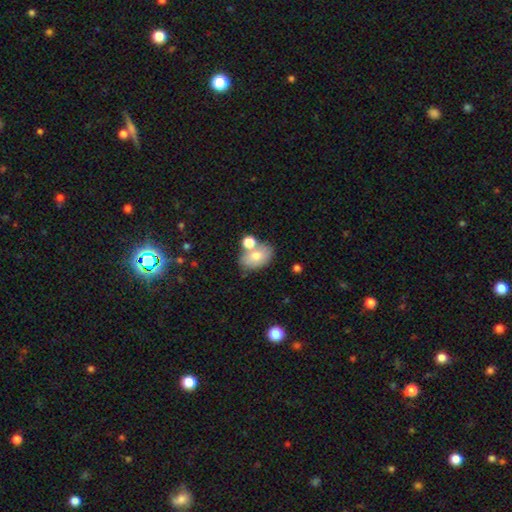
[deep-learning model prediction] smooth-or-featured: smooth: 74% | featured or disk: 17% | star or artifact: 9%
  how-rounded: in between: 84% | round: 14% | cigar-shaped: 1%
  merging: none: 58% | merger: 23% | minor disturbance: 15% | major disturbance: 5%